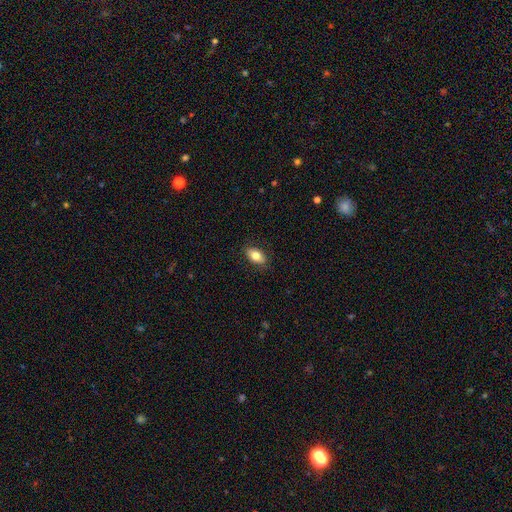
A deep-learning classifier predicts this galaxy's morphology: The model was most divided on "smooth or featured": smooth: 78%, featured or disk: 15%, star or artifact: 7%. More confident: how rounded — in between (89%); merging — none (86%).